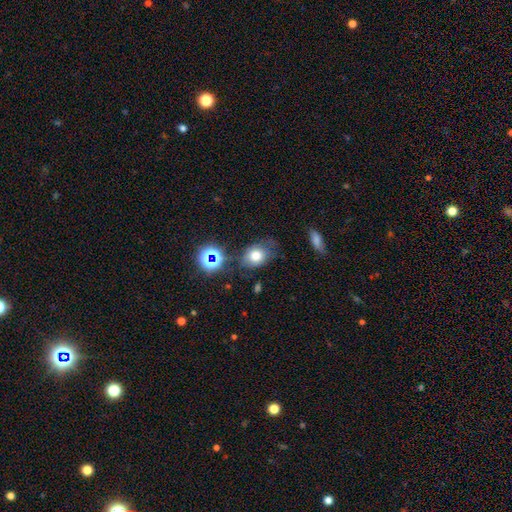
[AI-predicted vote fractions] smooth 71%, star or artifact 14%, featured or disk 14%. Down the decision tree: how rounded — in between (65%); merging — none (61%).